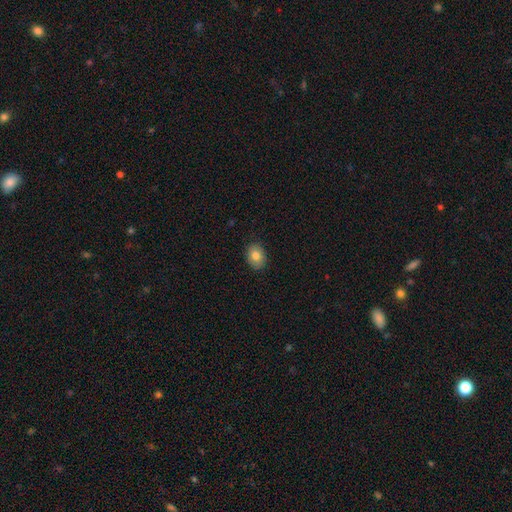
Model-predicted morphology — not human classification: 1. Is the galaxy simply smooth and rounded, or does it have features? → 82% smooth, 10% featured or disk, 9% star or artifact.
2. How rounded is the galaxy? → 66% in between, 33% round, 1% cigar-shaped.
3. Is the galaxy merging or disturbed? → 89% none, 9% minor disturbance, 2% major disturbance, 1% merger.